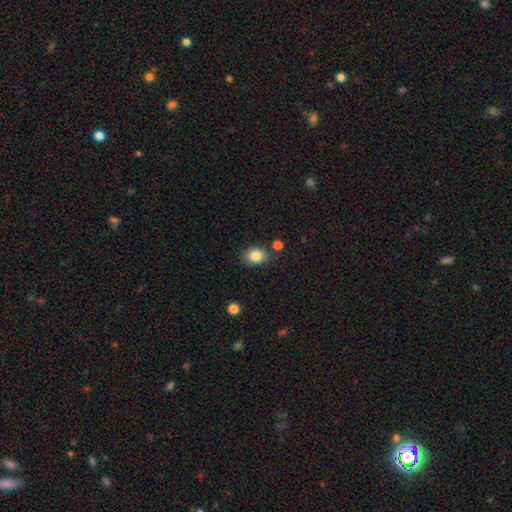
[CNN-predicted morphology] smooth-or-featured: smooth: 84% | star or artifact: 9% | featured or disk: 7%
  how-rounded: in between: 61% | round: 38% | cigar-shaped: 1%
  merging: none: 78% | minor disturbance: 13% | merger: 6% | major disturbance: 3%